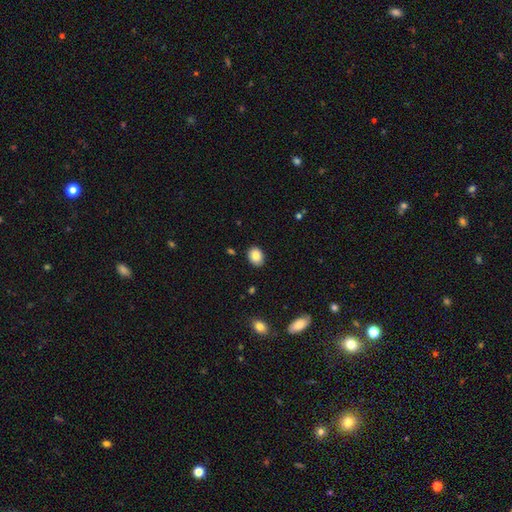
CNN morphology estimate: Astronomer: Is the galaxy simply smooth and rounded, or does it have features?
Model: smooth — 85%.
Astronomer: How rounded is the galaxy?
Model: in between — 62% (runner-up: round, 37%).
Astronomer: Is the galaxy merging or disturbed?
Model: none — 88%.